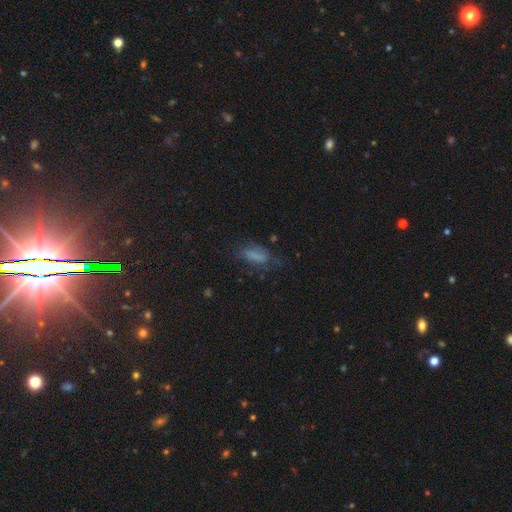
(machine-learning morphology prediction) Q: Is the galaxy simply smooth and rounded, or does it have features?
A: smooth — 66%.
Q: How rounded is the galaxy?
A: in between — 69%.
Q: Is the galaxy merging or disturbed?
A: none — 49%.